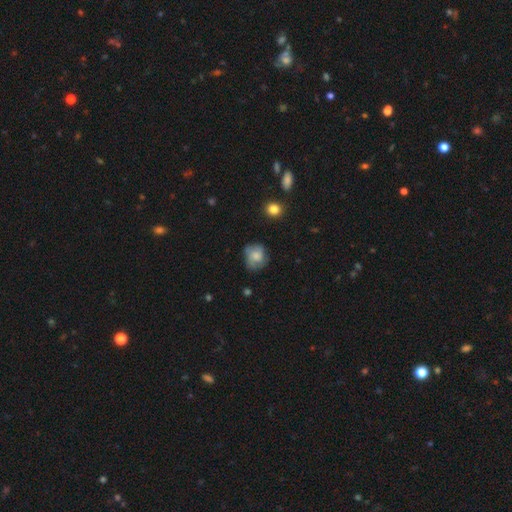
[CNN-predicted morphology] Smooth or featured? smooth (60%)
How rounded? round (69%)
Merging? none (61%)